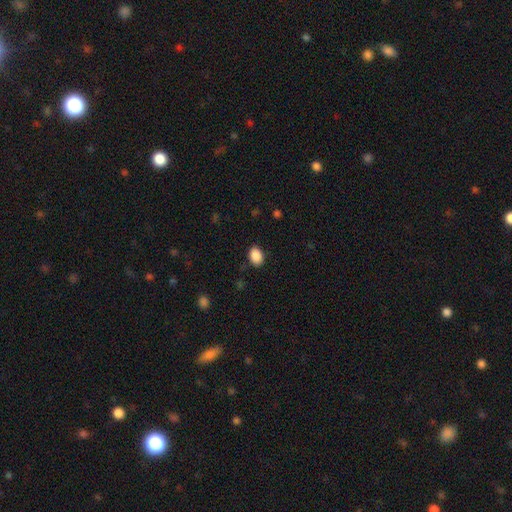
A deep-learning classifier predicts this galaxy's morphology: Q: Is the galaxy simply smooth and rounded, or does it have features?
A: smooth — 89%.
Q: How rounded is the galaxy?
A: in between — 77%.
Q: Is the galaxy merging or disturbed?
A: none — 85%.